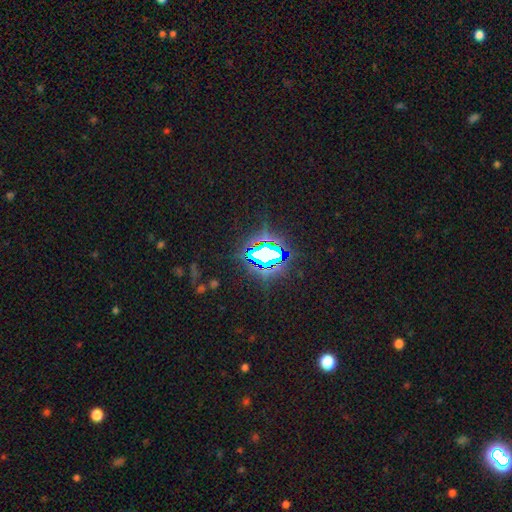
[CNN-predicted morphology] smooth_or_featured: star or artifact (p=0.76) [alt: smooth p=0.13]